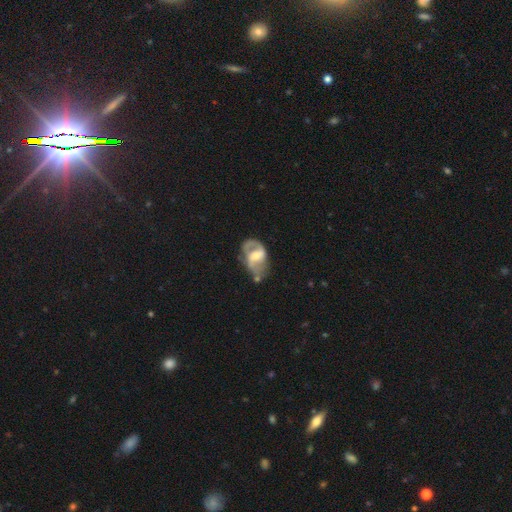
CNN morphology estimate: This is likely a featured or disk galaxy (73%). It is clearly not viewed edge-on (96%). Bar: possibly weak (48%). Spiral arm pattern: likely yes (80%). Spiral arm count: likely 2 (71%). Spiral winding: possibly medium (47%). Central bulge: possibly moderate (50%). Merging: marginally none (41%).